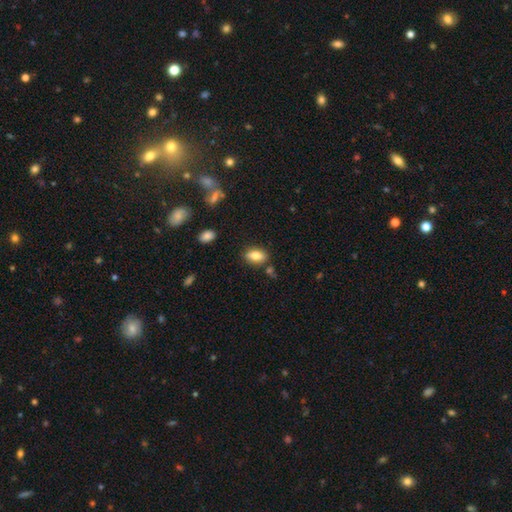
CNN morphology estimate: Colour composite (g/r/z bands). It shows a smooth galaxy with no disk features (77%) that is in between round and cigar-shaped (86%). Merging: none (80%).